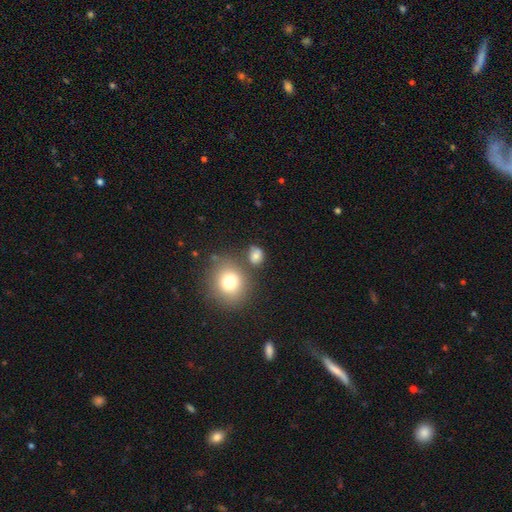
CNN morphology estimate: A smooth galaxy with no disk features (77%) that is round (63%).

Vote fractions:
- Smooth or featured? smooth: 77% / star or artifact: 13% / featured or disk: 10%
- How rounded? round: 63% / in between: 36% / cigar-shaped: 1%
- Merging? none: 65% / minor disturbance: 16% / merger: 13% / major disturbance: 6%